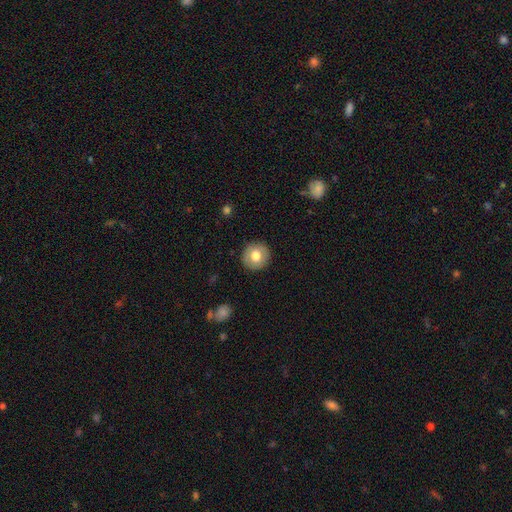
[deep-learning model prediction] Morphology: type=smooth (75%); roundness=round (92%); merging=none (90%).